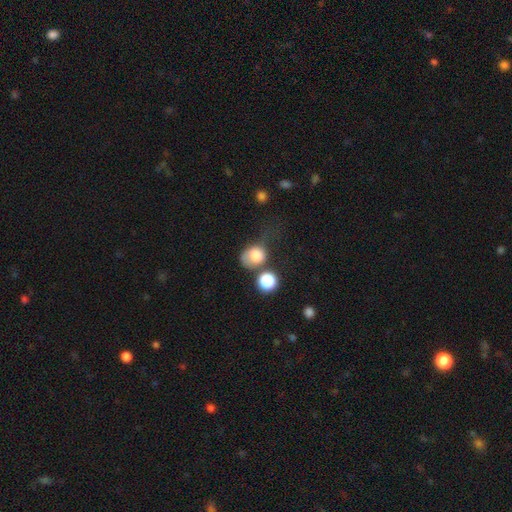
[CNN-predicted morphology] Overall: smooth (77%). How rounded: round (62%; in between 37%). Merging: none (32%; minor disturbance 25%).